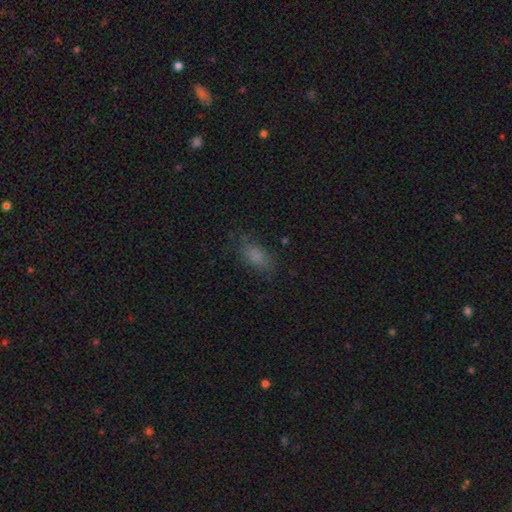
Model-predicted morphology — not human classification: This appears to be a smooth galaxy with no disk features (77%) that is in between round and cigar-shaped (86%). Merging: none (70%).